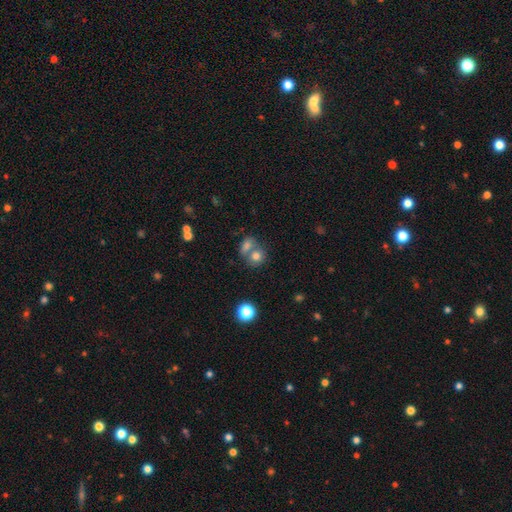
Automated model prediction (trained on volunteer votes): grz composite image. It shows a smooth galaxy with no disk features (75%) that is round (72%). Merging: merger (53%).